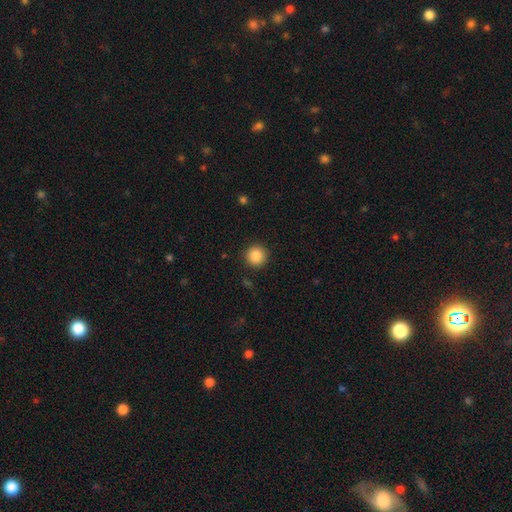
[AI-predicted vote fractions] Smooth or featured? Predicted: smooth (p=0.87). How rounded? Predicted: round (p=0.95). Merging? Predicted: none (p=0.91).